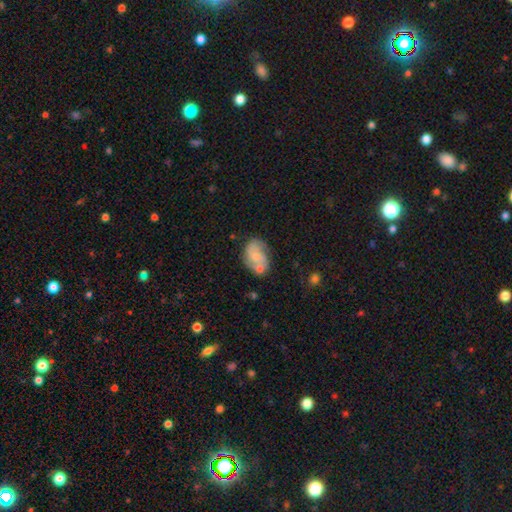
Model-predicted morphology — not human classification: Smooth or featured? featured or disk (47%)
Merging? none (46%)